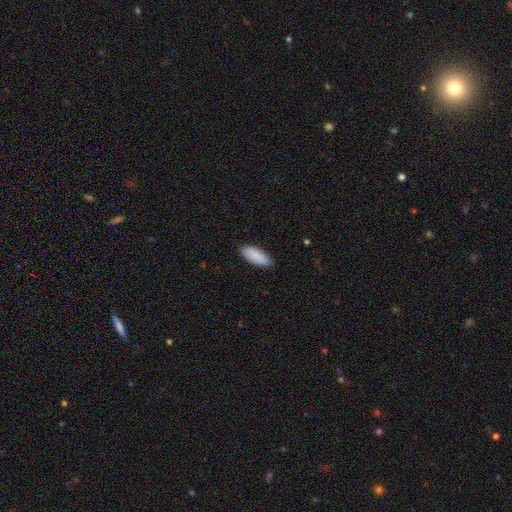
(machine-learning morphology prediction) Overall: smooth (88%). How rounded: in between (82%). Merging: none (85%).